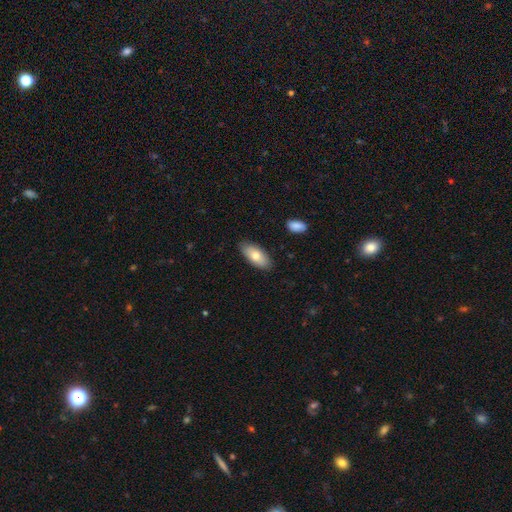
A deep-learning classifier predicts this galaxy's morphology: Smooth or featured? Predicted: smooth (p=0.77). How rounded? Predicted: in between (p=0.89). Merging? Predicted: none (p=0.86).